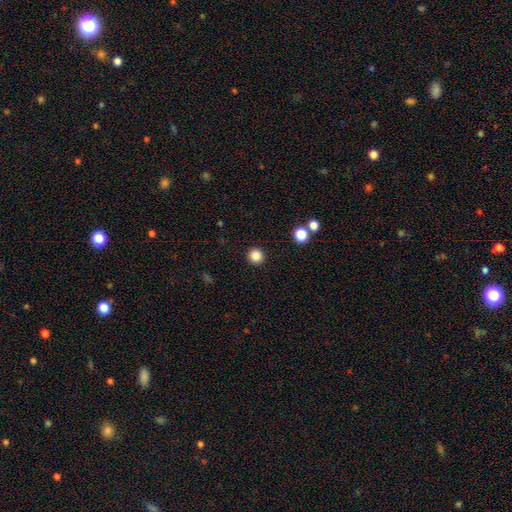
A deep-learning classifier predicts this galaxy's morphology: A smooth galaxy with no disk features (86%) that is round (95%).

Vote fractions:
- Smooth or featured? smooth: 86% / star or artifact: 11% / featured or disk: 3%
- How rounded? round: 95% / in between: 4% / cigar-shaped: 1%
- Merging? none: 93% / minor disturbance: 4% / major disturbance: 2% / merger: 1%